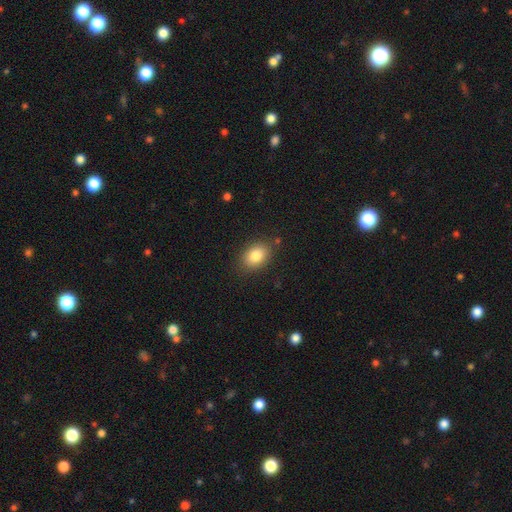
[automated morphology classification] Smooth or featured: smooth — 83% (star or artifact — 9%)
How rounded: in between — 77% (round — 21%)
Merging: none — 84% (minor disturbance — 11%)